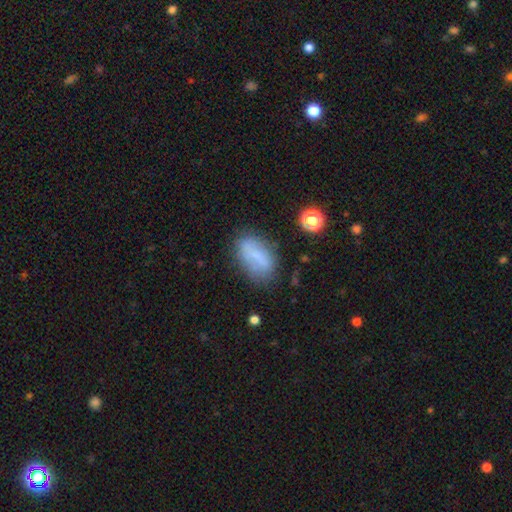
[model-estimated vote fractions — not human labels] The model was most divided on "smooth or featured": smooth: 64%, featured or disk: 26%, star or artifact: 11%. More confident: how rounded — in between (87%); merging — none (61%).